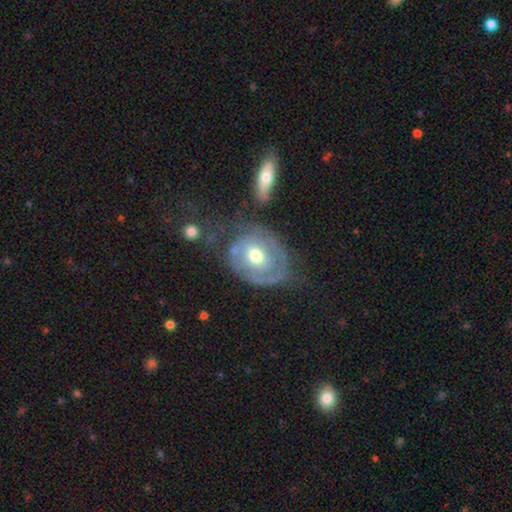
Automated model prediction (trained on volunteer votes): smooth-or-featured: featured or disk: 65% | smooth: 29% | star or artifact: 7%
  disk-edge-on: no: 96% | yes: 4%
    bar: no: 74% | weak: 21% | strong: 6%
    has-spiral-arms: yes: 59% | no: 41%
    bulge-size: moderate: 71% | small: 20% | large: 7% | dominant: 1% | none: 1%
  merging: none: 48% | major disturbance: 23% | minor disturbance: 23% | merger: 7%